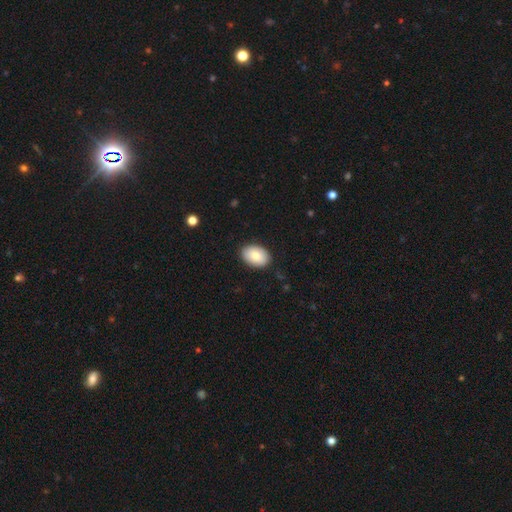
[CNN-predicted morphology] smooth-or-featured: smooth: 81% | featured or disk: 12% | star or artifact: 7%
  how-rounded: in between: 86% | round: 13% | cigar-shaped: 1%
  merging: none: 88% | minor disturbance: 9% | major disturbance: 2% | merger: 1%